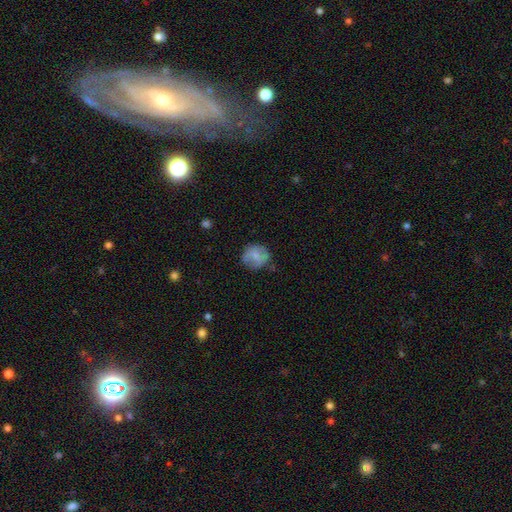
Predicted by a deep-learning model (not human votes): smooth-or-featured: smooth: 68% | featured or disk: 24% | star or artifact: 8%
  how-rounded: round: 81% | in between: 18% | cigar-shaped: 1%
  merging: none: 69% | minor disturbance: 22% | major disturbance: 7% | merger: 2%